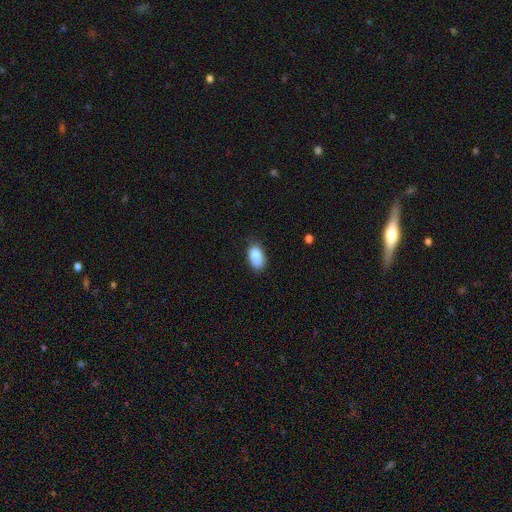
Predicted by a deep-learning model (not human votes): This is clearly a smooth galaxy (87%). How rounded: clearly in between (92%). Merging: likely none (77%).